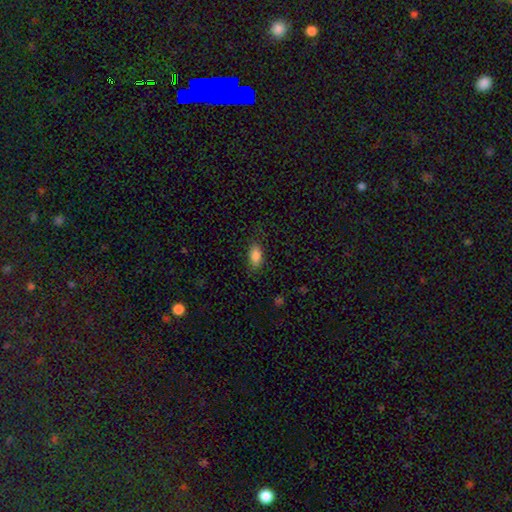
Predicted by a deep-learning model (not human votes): Morphology: type=smooth (87%); roundness=in between (90%); merging=none (82%).